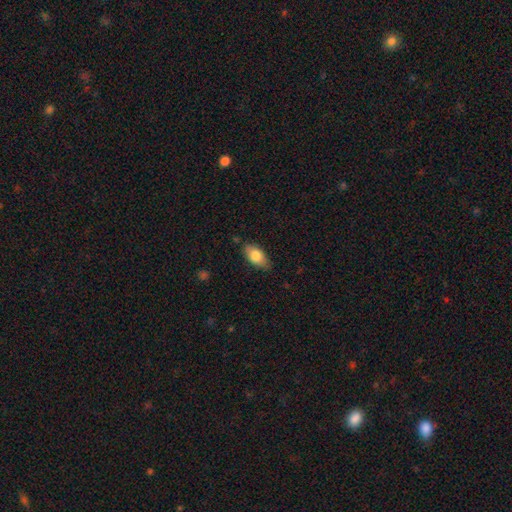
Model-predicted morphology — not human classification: The model was most divided on "smooth or featured": smooth: 80%, featured or disk: 14%, star or artifact: 7%. More confident: how rounded — in between (90%); merging — none (81%).